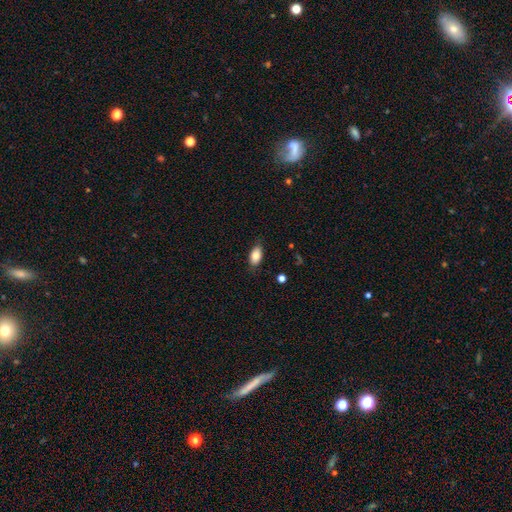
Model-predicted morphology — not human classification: Smooth or featured?
  - smooth: 84% *
  - featured or disk: 9%
  - star or artifact: 8%
How rounded?
  - in between: 91% *
  - round: 6%
  - cigar-shaped: 3%
Merging?
  - none: 82% *
  - minor disturbance: 14%
  - major disturbance: 3%
  - merger: 1%